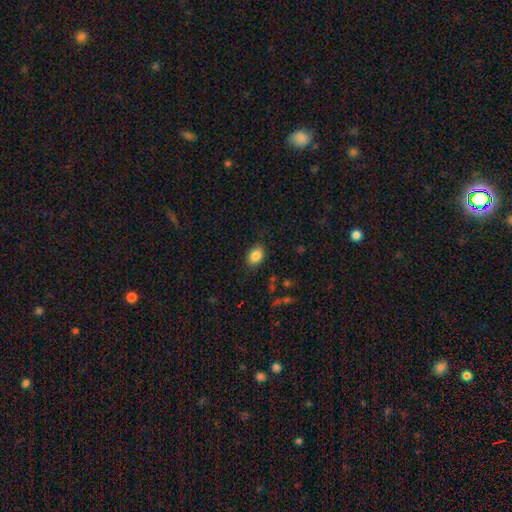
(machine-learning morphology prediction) smooth_or_featured: smooth (p=0.85) [alt: star or artifact p=0.08]
how_rounded: in between (p=0.76) [alt: round p=0.23]
merging: none (p=0.84) [alt: minor disturbance p=0.12]